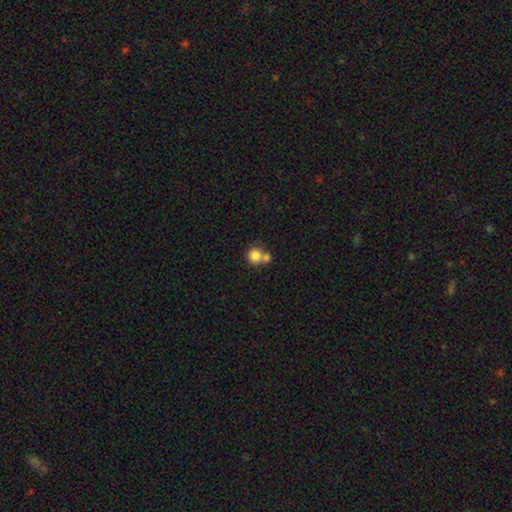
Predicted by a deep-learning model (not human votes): Overall: smooth (82%). How rounded: round (88%). Merging: none (45%; merger 44%).